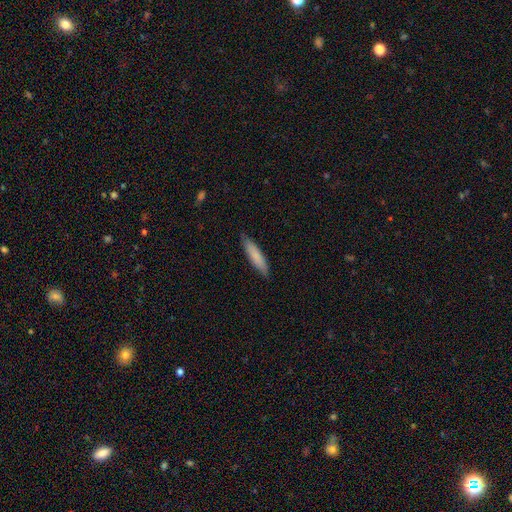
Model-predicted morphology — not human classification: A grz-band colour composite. It shows a smooth galaxy with no disk features (80%) that is cigar-shaped (81%). Merging: none (86%).